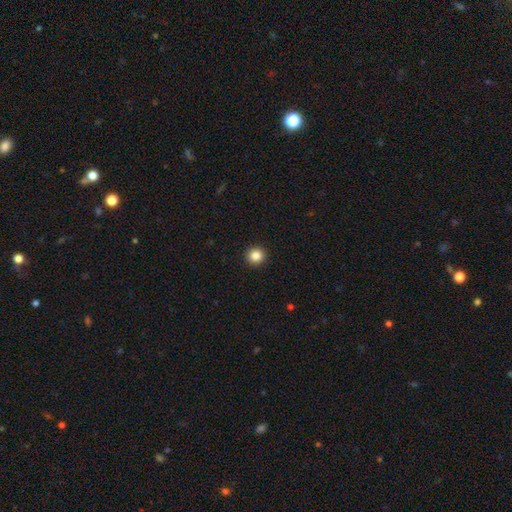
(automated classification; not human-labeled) This appears to be a smooth galaxy with no disk features (85%) that is round (95%). Merging: none (93%).